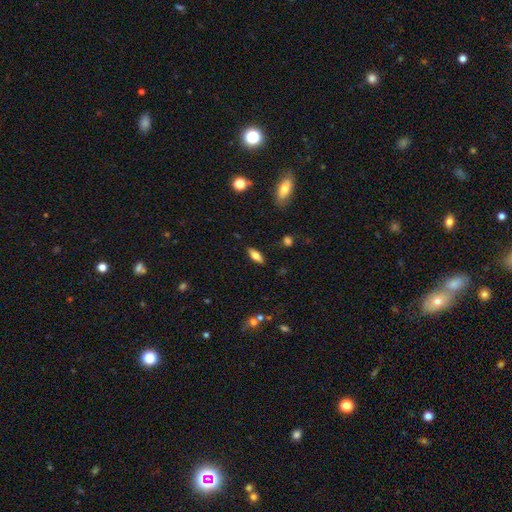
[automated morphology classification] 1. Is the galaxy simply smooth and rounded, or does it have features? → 65% smooth, 27% featured or disk, 8% star or artifact.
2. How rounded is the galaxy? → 75% in between, 22% cigar-shaped, 3% round.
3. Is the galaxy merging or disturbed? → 86% none, 10% minor disturbance, 2% major disturbance, 2% merger.